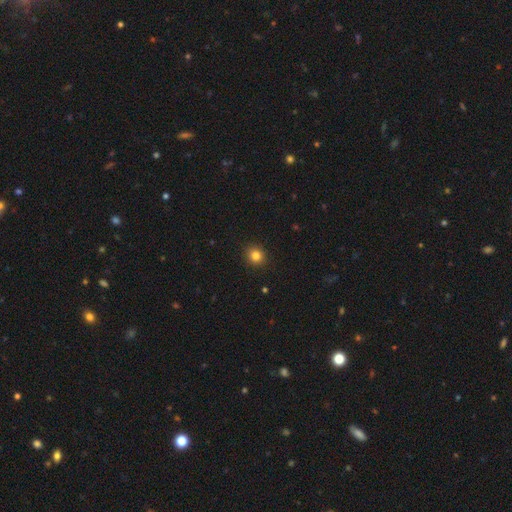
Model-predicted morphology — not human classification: smooth-or-featured: smooth: 83% | star or artifact: 12% | featured or disk: 5%
  how-rounded: round: 86% | in between: 13% | cigar-shaped: 1%
  merging: none: 92% | minor disturbance: 6% | major disturbance: 2% | merger: 1%